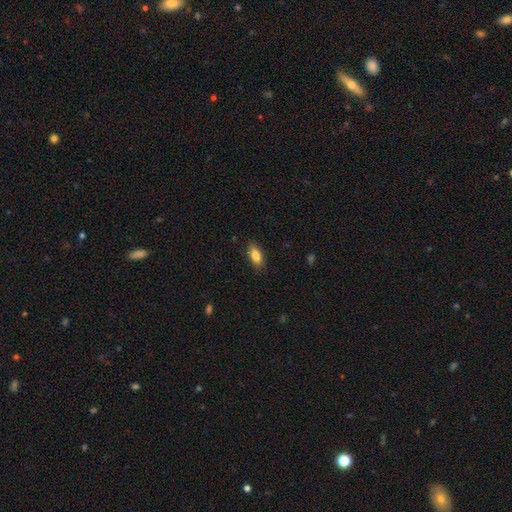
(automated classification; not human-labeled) smooth 84%, featured or disk 9%, star or artifact 7%. Down the decision tree: how rounded — in between (84%); merging — none (86%).